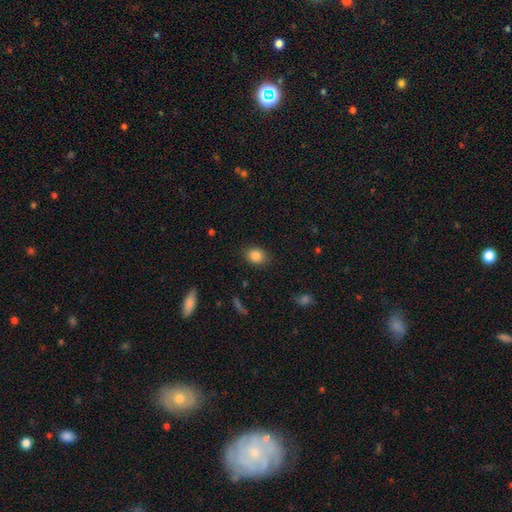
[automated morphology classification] Smooth or featured: smooth — 85% (star or artifact — 9%)
How rounded: in between — 57% (round — 42%)
Merging: none — 86% (minor disturbance — 10%)